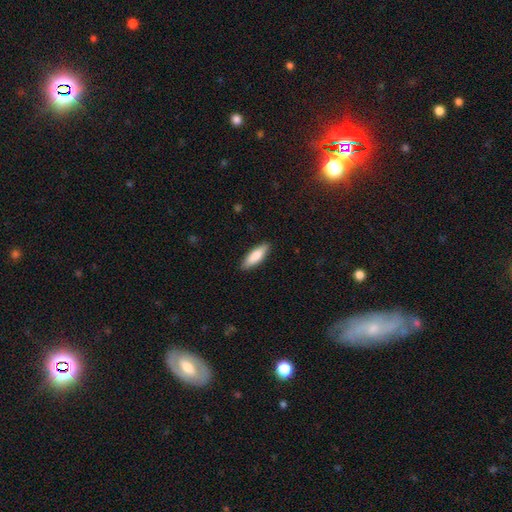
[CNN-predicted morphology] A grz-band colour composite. It shows a smooth galaxy with no disk features (82%) that is in between round and cigar-shaped (53%). Merging: none (88%).